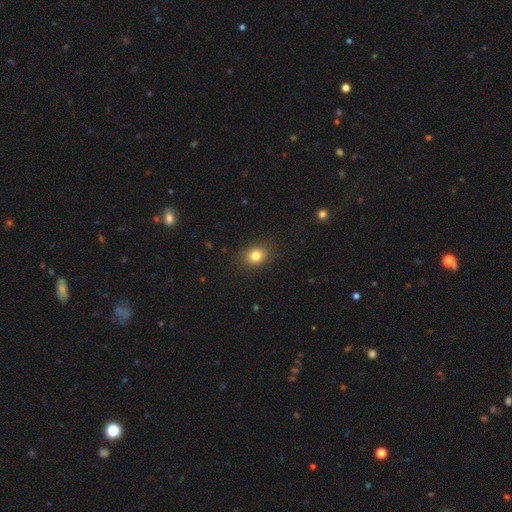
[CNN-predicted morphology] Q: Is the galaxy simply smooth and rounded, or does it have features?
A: smooth — 81%.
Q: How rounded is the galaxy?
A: round — 51%.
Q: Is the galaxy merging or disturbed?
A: none — 86%.